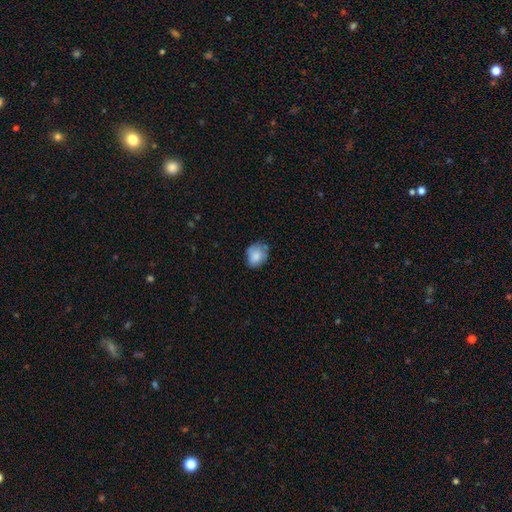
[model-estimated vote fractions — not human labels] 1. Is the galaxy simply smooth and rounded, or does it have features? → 79% smooth, 13% featured or disk, 8% star or artifact.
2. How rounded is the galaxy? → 53% in between, 46% round, 1% cigar-shaped.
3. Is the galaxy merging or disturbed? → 58% none, 31% minor disturbance, 9% major disturbance, 2% merger.